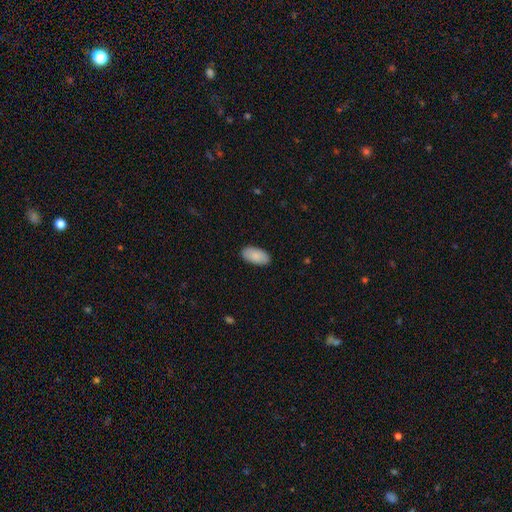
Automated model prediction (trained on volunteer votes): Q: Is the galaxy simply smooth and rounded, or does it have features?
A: smooth — 88%.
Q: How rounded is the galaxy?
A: in between — 95%.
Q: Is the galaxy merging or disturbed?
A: none — 88%.